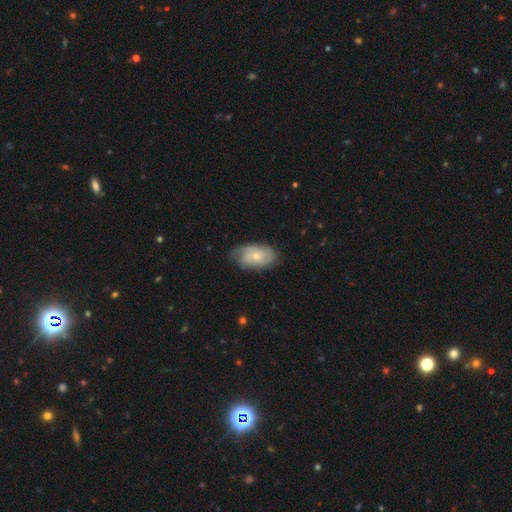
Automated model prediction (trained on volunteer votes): Morphology: type=featured or disk (59%); edge-on=no (95%); bar=no (77%); spiral arms=yes (86%); bulge=small (59%); merging=none (69%).